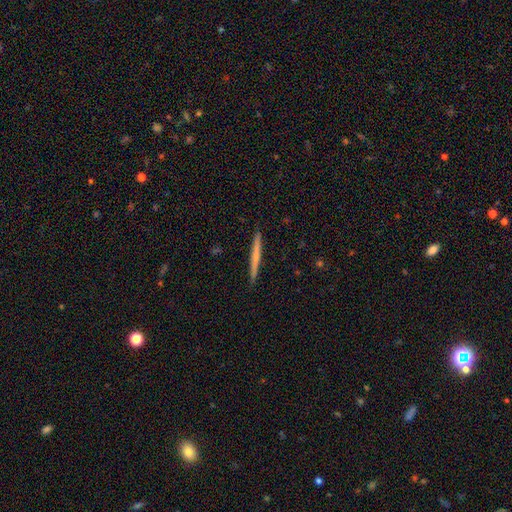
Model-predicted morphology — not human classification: The model was most divided on "smooth or featured": smooth: 50%, featured or disk: 44%, star or artifact: 6%. More confident: how rounded — cigar-shaped (97%); merging — none (92%).